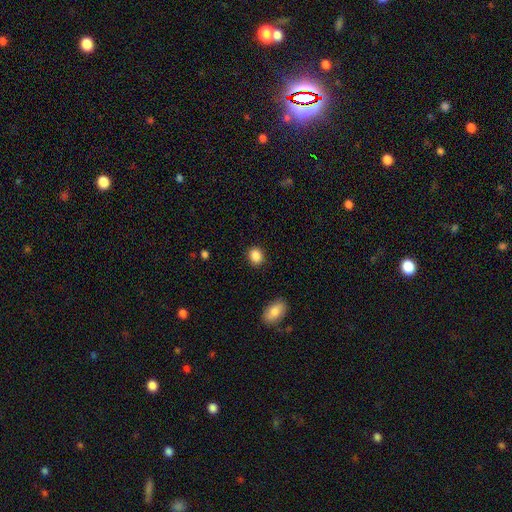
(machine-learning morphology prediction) The model was most divided on "how rounded": round: 54%, in between: 45%, cigar-shaped: 1%. More confident: merging — none (88%); smooth or featured — smooth (87%).